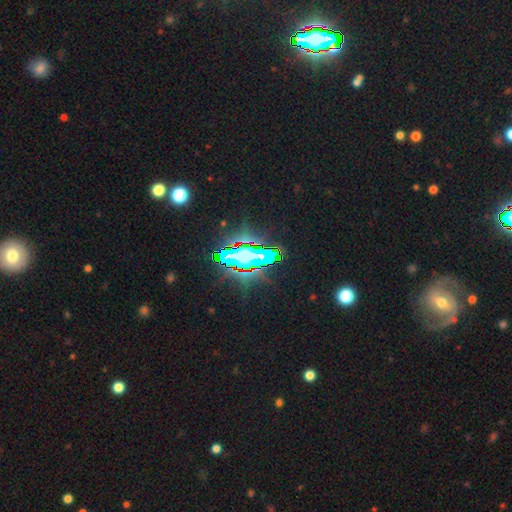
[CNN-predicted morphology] Overall: star or artifact (79%).